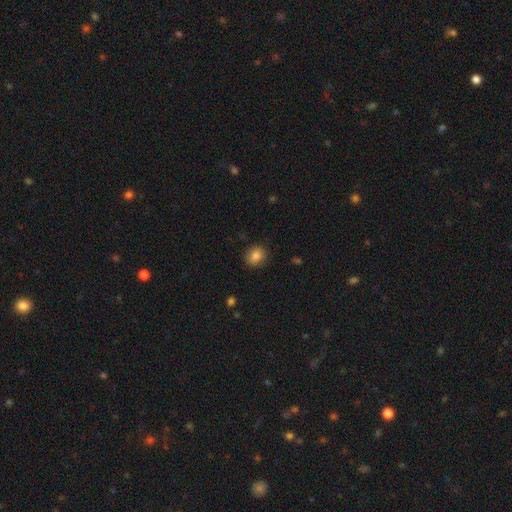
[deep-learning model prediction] This is clearly a smooth galaxy (84%). How rounded: likely round (67%). Merging: clearly none (87%).